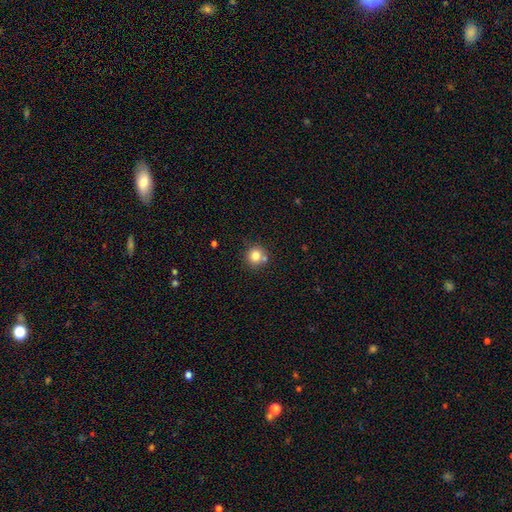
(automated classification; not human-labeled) Smooth or featured: smooth — 81% (star or artifact — 11%)
How rounded: round — 91% (in between — 8%)
Merging: none — 70% (merger — 16%)